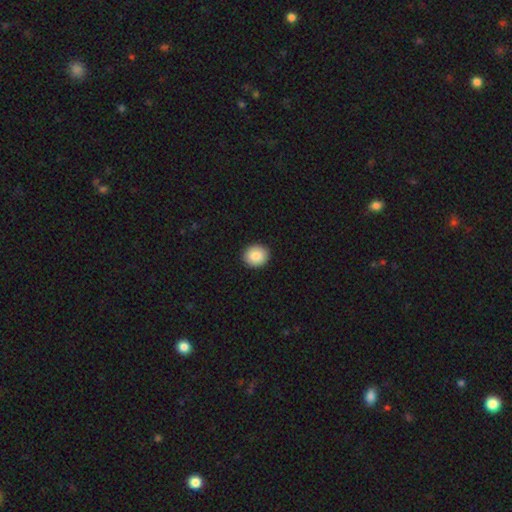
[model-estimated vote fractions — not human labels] smooth_or_featured: smooth (p=0.86) [alt: star or artifact p=0.08]
how_rounded: round (p=0.75) [alt: in between p=0.24]
merging: none (p=0.92) [alt: minor disturbance p=0.06]